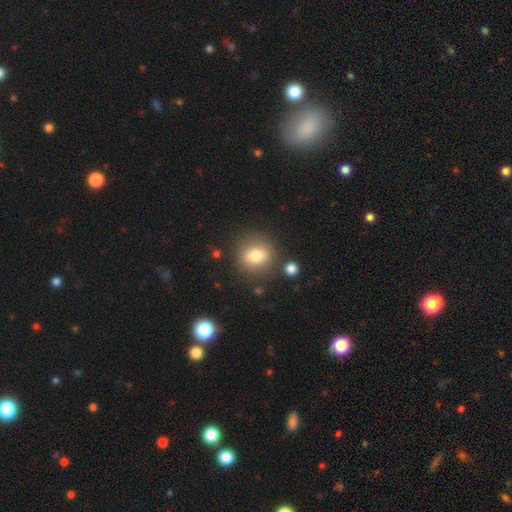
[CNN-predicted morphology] Smooth or featured?
  - smooth: 77% *
  - featured or disk: 13%
  - star or artifact: 10%
How rounded?
  - round: 76% *
  - in between: 23%
  - cigar-shaped: 1%
Merging?
  - none: 82% *
  - minor disturbance: 10%
  - merger: 4%
  - major disturbance: 4%